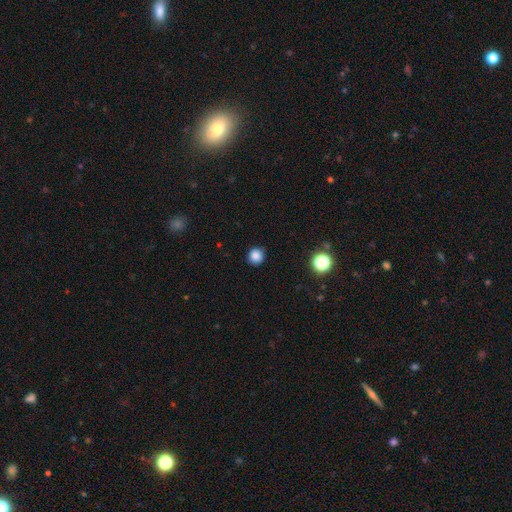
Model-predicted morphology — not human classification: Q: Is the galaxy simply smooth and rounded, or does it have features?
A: smooth — 84%.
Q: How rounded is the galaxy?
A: round — 93%.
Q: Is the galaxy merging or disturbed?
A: none — 89%.